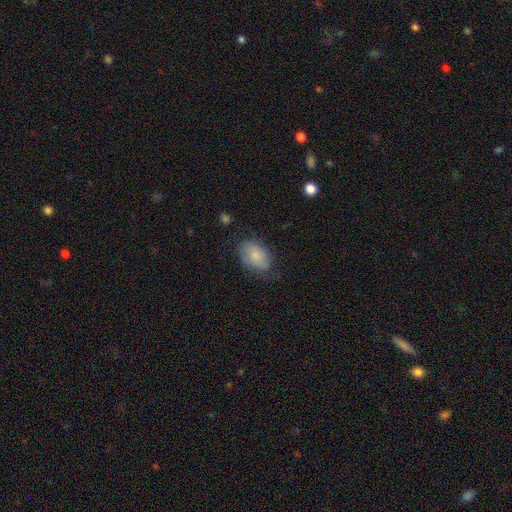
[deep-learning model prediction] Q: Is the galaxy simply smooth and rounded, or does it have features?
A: smooth — 77%.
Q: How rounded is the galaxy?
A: in between — 86%.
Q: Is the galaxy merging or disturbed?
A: none — 64%.